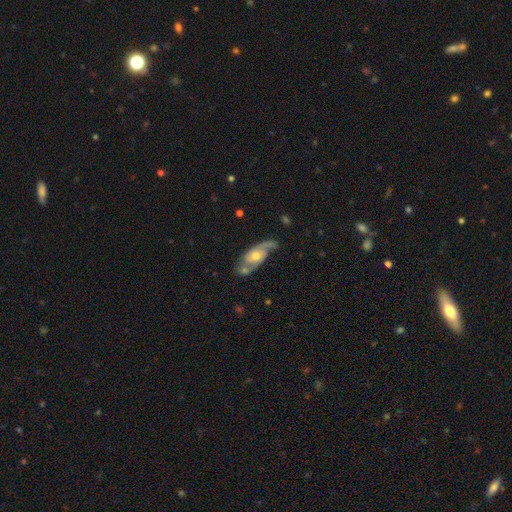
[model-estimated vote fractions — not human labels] Overall: featured or disk (82%). Edge-on disk: no (93%). Bar: no (64%; weak 29%). Spiral arms: yes (94%). Spiral arm count: 2 (87%). Spiral winding: medium (48%; loose 27%). Bulge size: moderate (53%; small 40%). Merging: none (65%).